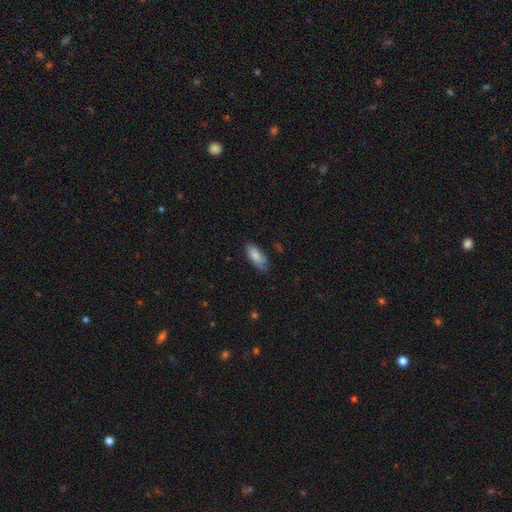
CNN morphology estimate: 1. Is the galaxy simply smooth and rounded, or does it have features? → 83% smooth, 10% featured or disk, 6% star or artifact.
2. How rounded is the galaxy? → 82% in between, 16% cigar-shaped, 2% round.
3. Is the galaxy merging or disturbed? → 75% none, 20% minor disturbance, 3% major disturbance, 1% merger.